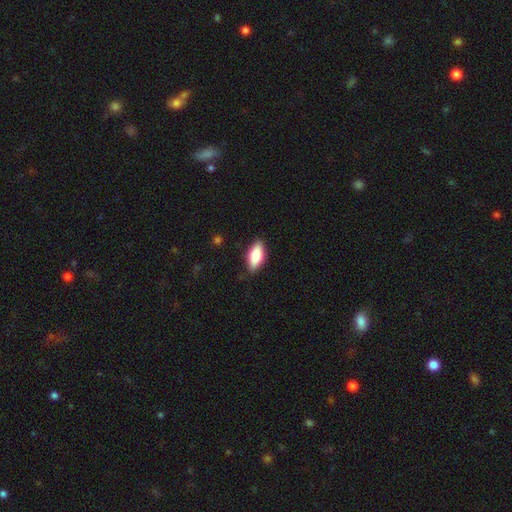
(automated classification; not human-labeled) Overall: smooth (80%). How rounded: in between (84%). Merging: none (86%).